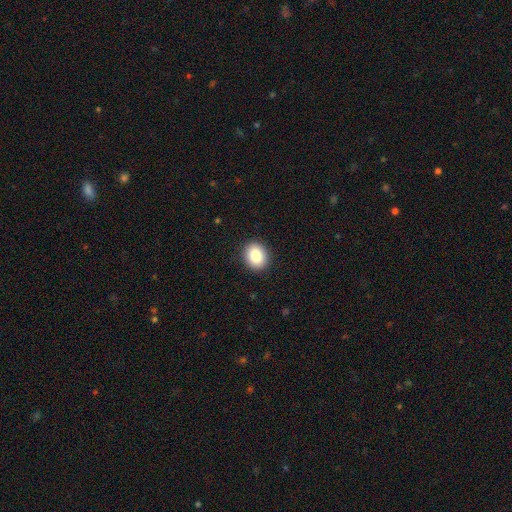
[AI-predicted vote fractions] Morphology: type=smooth (86%); roundness=round (58%); merging=none (91%).